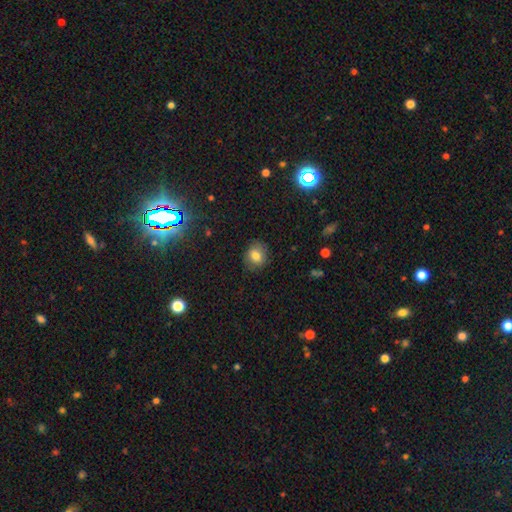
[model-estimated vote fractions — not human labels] Smooth or featured: smooth — 77% (featured or disk — 12%)
How rounded: round — 67% (in between — 32%)
Merging: none — 81% (minor disturbance — 14%)